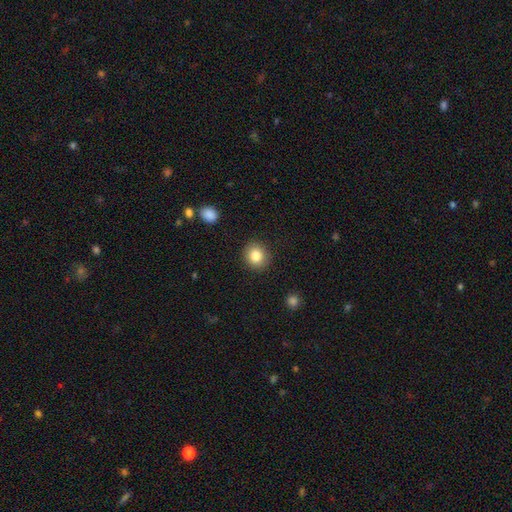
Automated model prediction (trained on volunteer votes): Smooth or featured: smooth — 83% (star or artifact — 10%)
How rounded: round — 84% (in between — 15%)
Merging: none — 89% (minor disturbance — 7%)